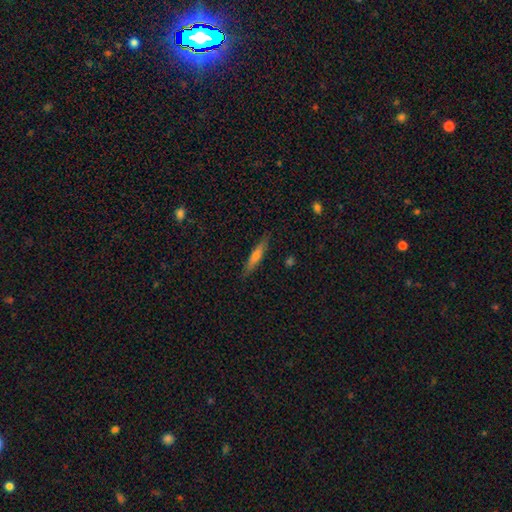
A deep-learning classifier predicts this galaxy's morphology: type=smooth (58%); roundness=cigar-shaped (88%); merging=none (86%).